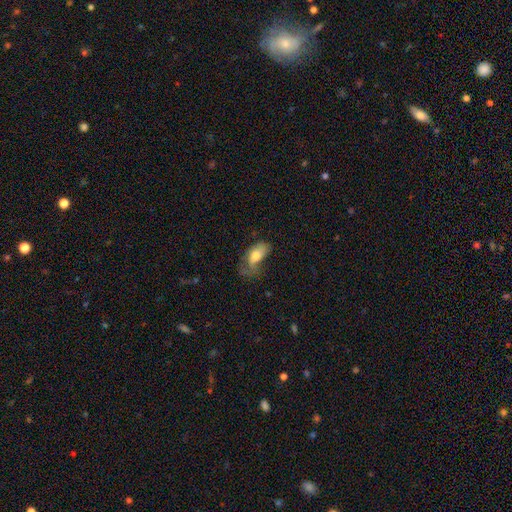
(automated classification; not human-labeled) Q: Smooth or featured?
A: smooth (72%); runner-up: featured or disk (20%)
Q: How rounded?
A: in between (89%); runner-up: cigar-shaped (6%)
Q: Merging?
A: major disturbance (41%); runner-up: minor disturbance (31%)